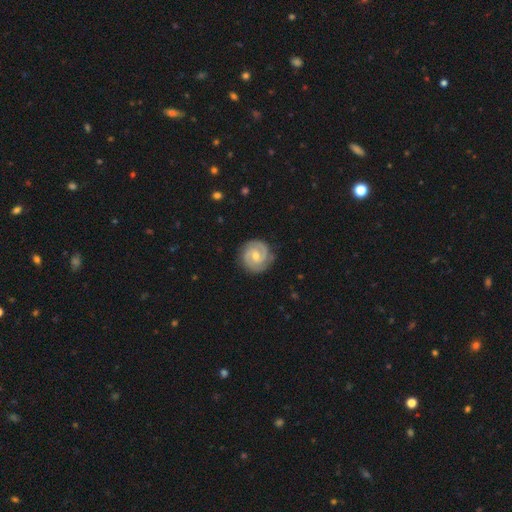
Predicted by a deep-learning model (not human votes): Smooth or featured? featured or disk (86%)
Edge-on disk? no (98%)
Bar? weak (46%)
Spiral arms? yes (97%)
Spiral winding? tight (58%)
Spiral arm count? 2 (90%)
Bulge size? moderate (55%)
Merging? none (86%)